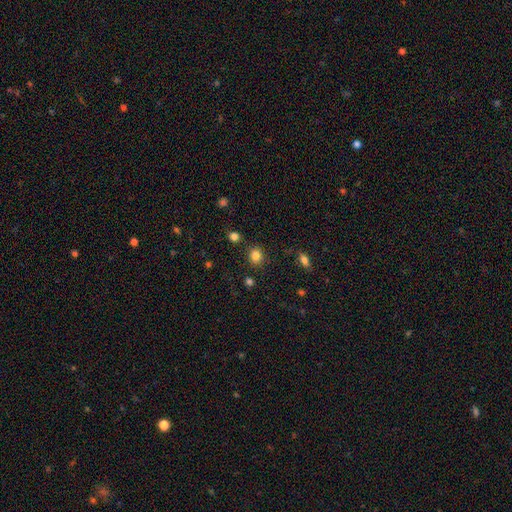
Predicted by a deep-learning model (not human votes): smooth-or-featured: smooth: 84% | star or artifact: 12% | featured or disk: 4%
  how-rounded: round: 71% | in between: 28% | cigar-shaped: 1%
  merging: none: 85% | minor disturbance: 9% | merger: 3% | major disturbance: 3%